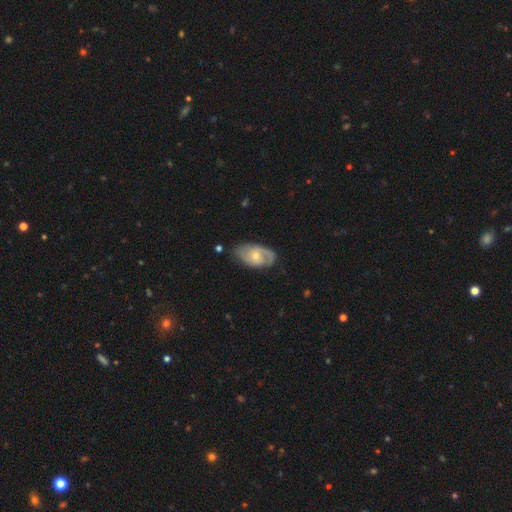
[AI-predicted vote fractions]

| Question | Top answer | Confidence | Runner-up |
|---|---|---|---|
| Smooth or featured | featured or disk | 66% | smooth (29%) |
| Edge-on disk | no | 94% | yes (6%) |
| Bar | no | 71% | weak (25%) |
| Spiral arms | yes | 84% | no (16%) |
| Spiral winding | medium | 42% | tight (40%) |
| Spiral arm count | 2 | 60% | can't tell (20%) |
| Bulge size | small | 51% | moderate (44%) |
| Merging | none | 68% | minor disturbance (23%) |